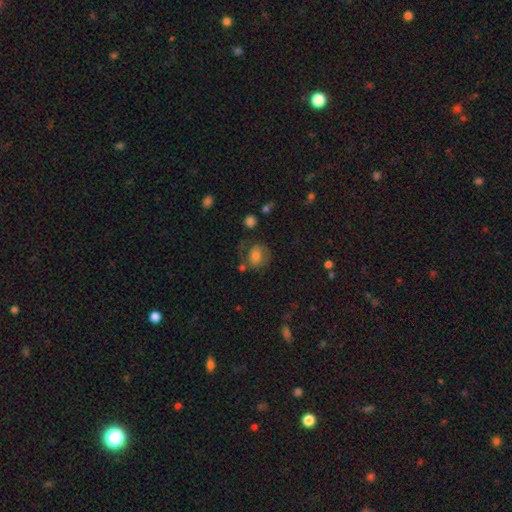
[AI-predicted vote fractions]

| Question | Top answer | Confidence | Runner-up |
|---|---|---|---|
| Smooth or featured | smooth | 56% | featured or disk (35%) |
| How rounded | round | 62% | in between (37%) |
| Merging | none | 54% | minor disturbance (22%) |